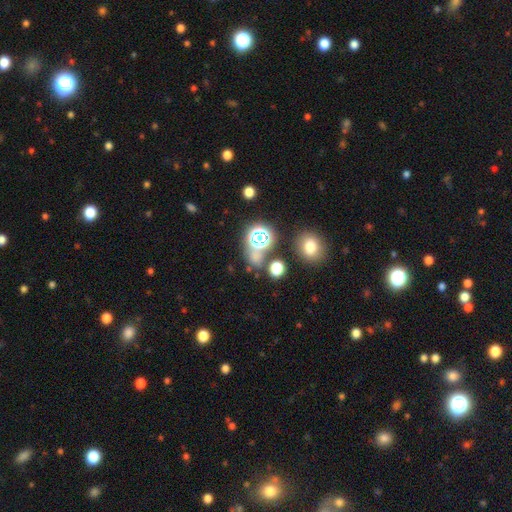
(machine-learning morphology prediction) Smooth or featured: smooth — 49% (star or artifact — 40%)
Merging: none — 56% (merger — 24%)